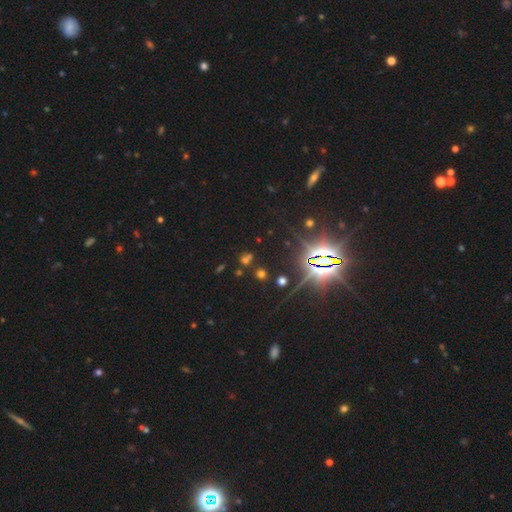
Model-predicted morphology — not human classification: star or artifact 78%, smooth 12%, featured or disk 10%.